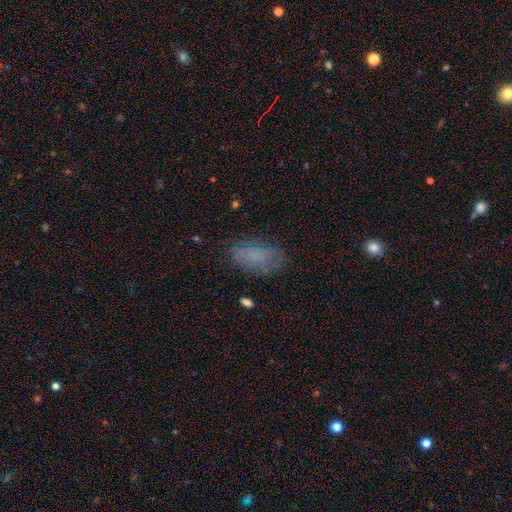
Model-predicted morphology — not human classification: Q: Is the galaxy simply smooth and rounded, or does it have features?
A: smooth — 66%.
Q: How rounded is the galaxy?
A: in between — 92%.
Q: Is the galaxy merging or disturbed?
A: none — 71%.